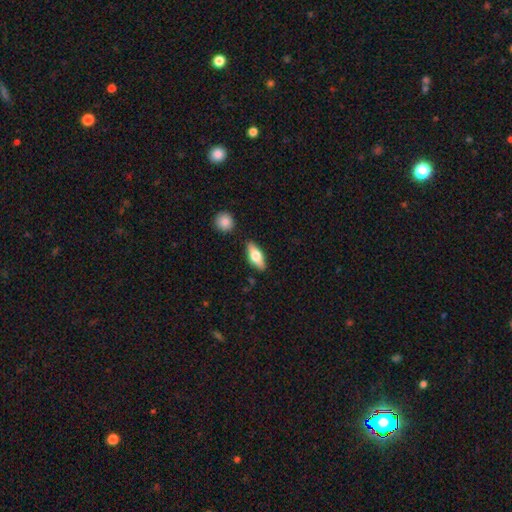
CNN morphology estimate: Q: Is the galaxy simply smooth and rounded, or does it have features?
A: smooth — 58%.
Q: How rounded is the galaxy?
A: in between — 70%.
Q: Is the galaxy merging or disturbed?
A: none — 85%.